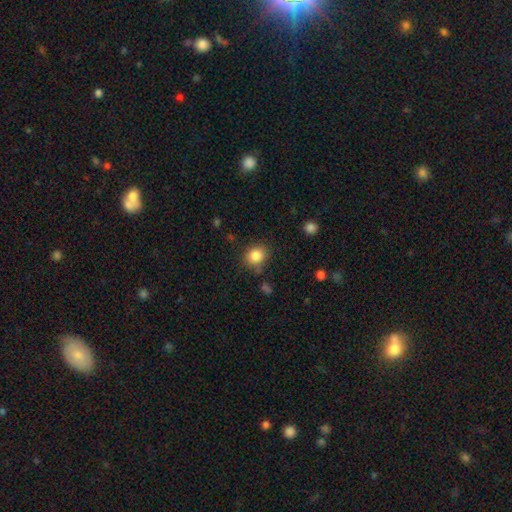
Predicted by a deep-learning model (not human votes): smooth 85%, star or artifact 10%, featured or disk 5%. Down the decision tree: how rounded — round (71%); merging — none (78%).